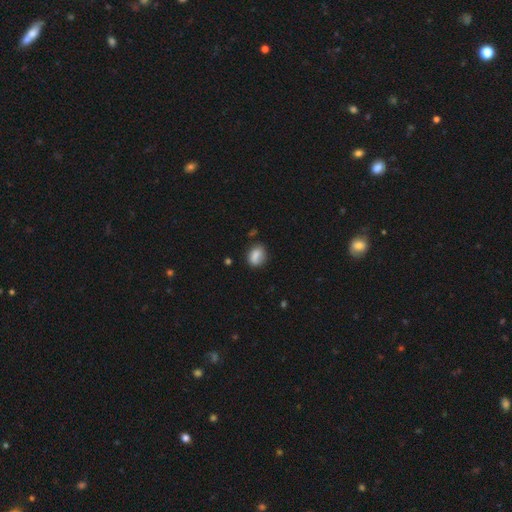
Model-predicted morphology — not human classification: Smooth or featured? Predicted: smooth (p=0.82). How rounded? Predicted: in between (p=0.66). Merging? Predicted: none (p=0.70).